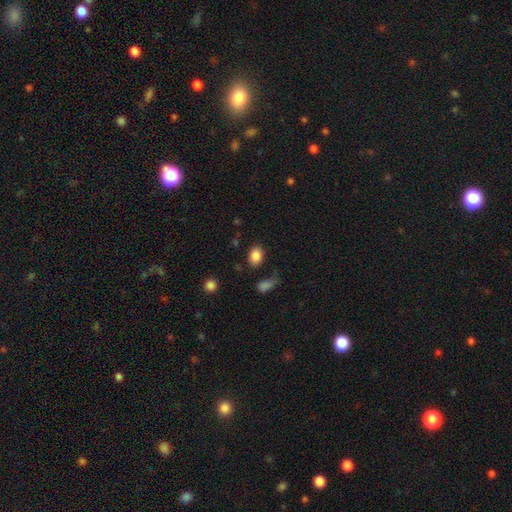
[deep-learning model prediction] Morphology: type=smooth (86%); roundness=in between (75%); merging=none (81%).